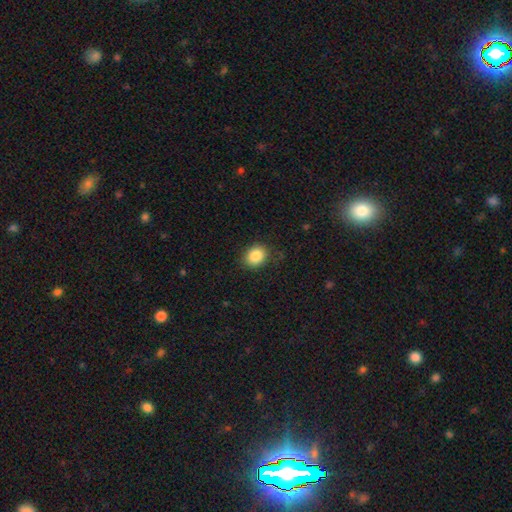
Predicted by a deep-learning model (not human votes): A smooth galaxy with no disk features (87%) that is round (54%). Merging: none (85%).